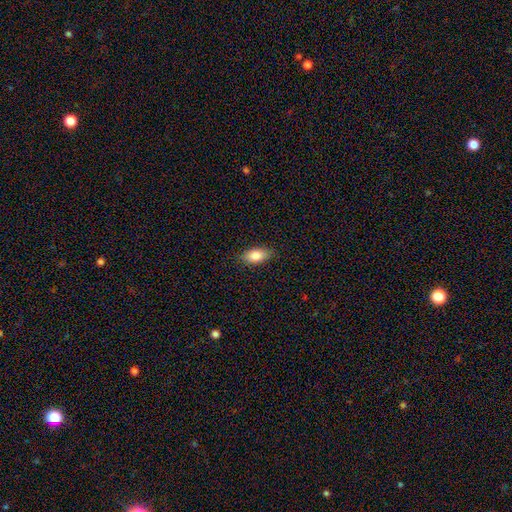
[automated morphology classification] smooth-or-featured: smooth: 84% | featured or disk: 9% | star or artifact: 7%
  how-rounded: in between: 89% | cigar-shaped: 7% | round: 4%
  merging: none: 86% | minor disturbance: 11% | major disturbance: 2% | merger: 1%